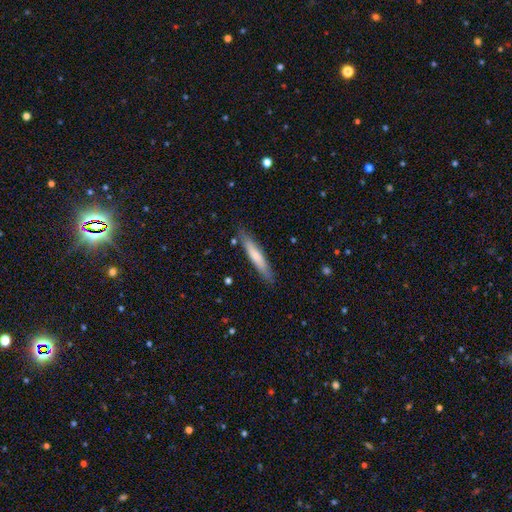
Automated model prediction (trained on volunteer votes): Overall: smooth (68%). How rounded: cigar-shaped (92%). Merging: none (84%).